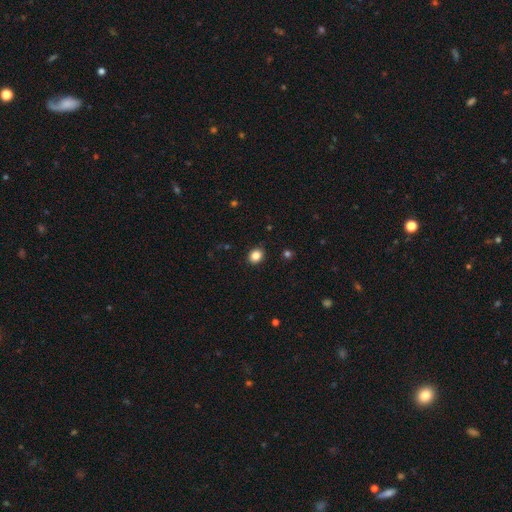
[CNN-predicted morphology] Smooth or featured? smooth (85%)
How rounded? round (61%)
Merging? none (90%)